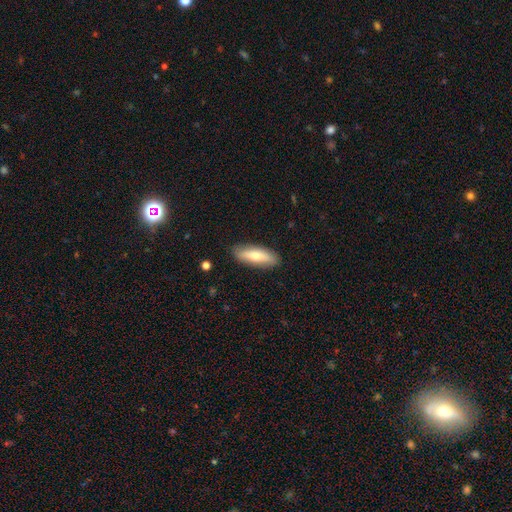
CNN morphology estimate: Smooth or featured? smooth (66%)
How rounded? in between (53%)
Merging? none (86%)